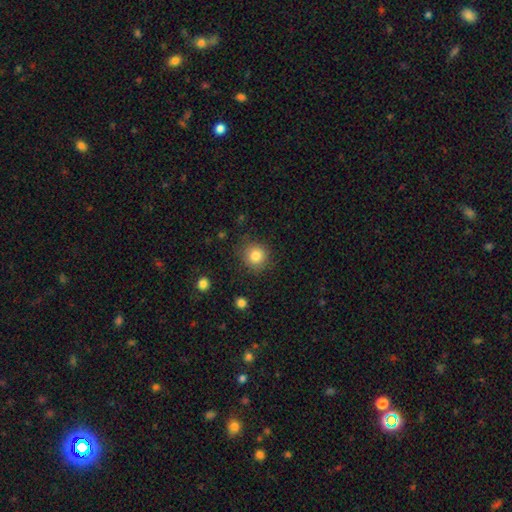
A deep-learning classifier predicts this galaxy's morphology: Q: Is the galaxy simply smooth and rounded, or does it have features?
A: smooth — 83%.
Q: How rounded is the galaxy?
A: round — 90%.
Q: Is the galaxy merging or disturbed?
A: none — 85%.